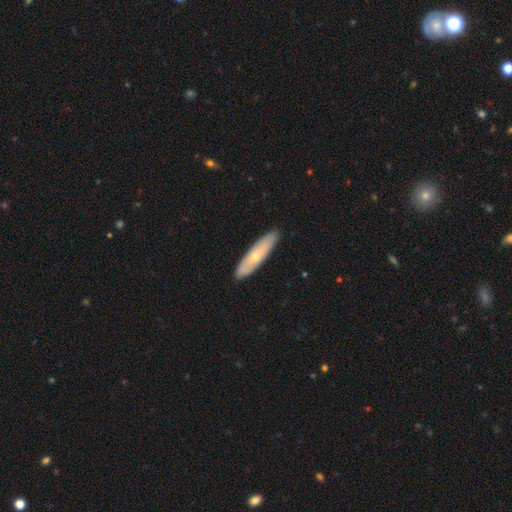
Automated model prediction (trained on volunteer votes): The model was most divided on "smooth or featured": smooth: 50%, featured or disk: 44%, star or artifact: 6%. More confident: merging — none (89%).